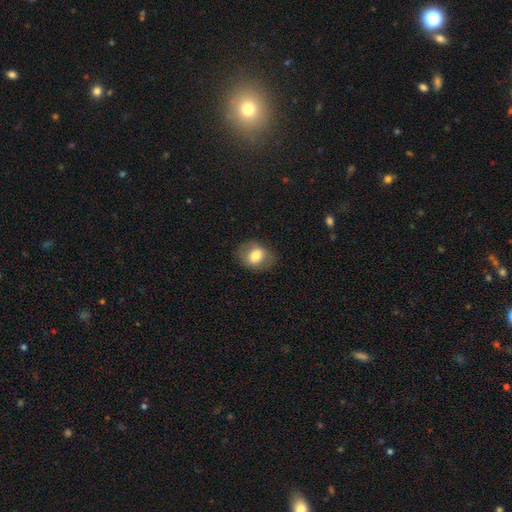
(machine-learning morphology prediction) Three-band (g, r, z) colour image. It shows a smooth galaxy with no disk features (70%) that is in between round and cigar-shaped (68%). Merging: none (81%).